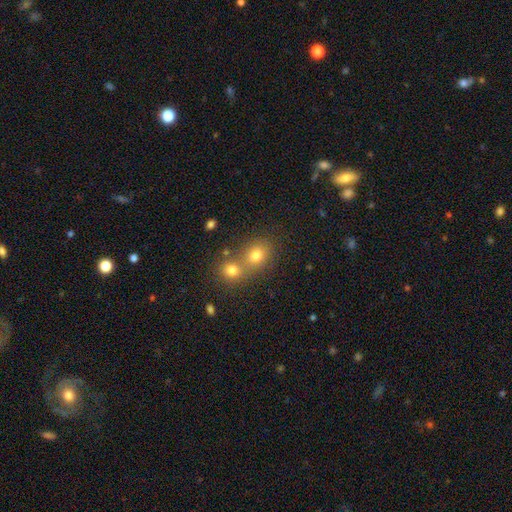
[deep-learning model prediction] Smooth or featured? Predicted: smooth (p=0.74). How rounded? Predicted: round (p=0.67). Merging? Predicted: merger (p=0.46).